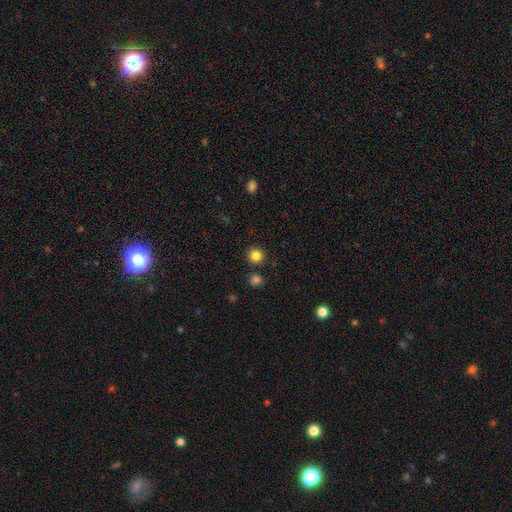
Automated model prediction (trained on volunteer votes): A smooth galaxy with no disk features (84%) that is round (94%). Merging: none (90%).